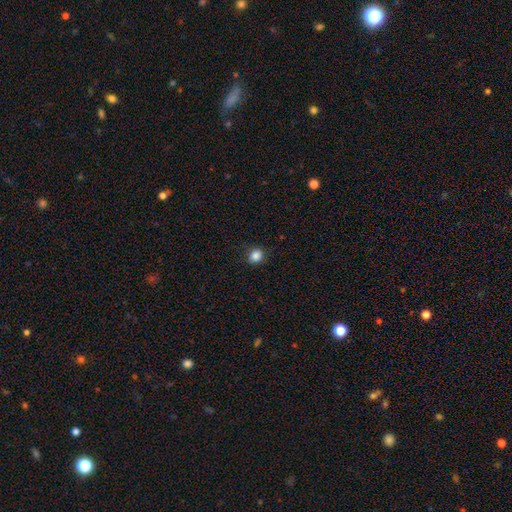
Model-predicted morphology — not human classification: Smooth or featured? smooth (85%)
How rounded? round (76%)
Merging? none (87%)